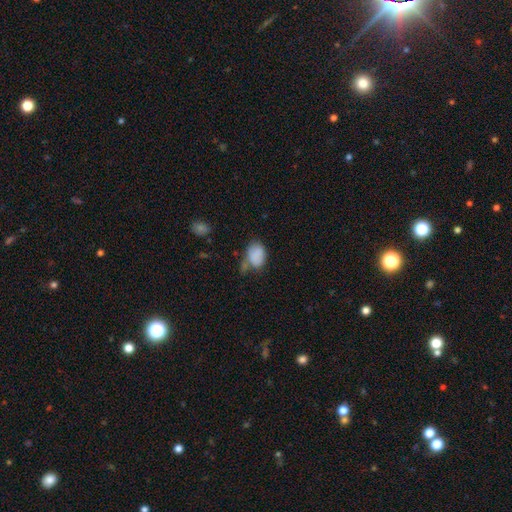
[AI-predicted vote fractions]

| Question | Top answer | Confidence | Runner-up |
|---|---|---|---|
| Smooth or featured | smooth | 83% | star or artifact (9%) |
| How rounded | in between | 83% | round (16%) |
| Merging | none | 42% | minor disturbance (32%) |